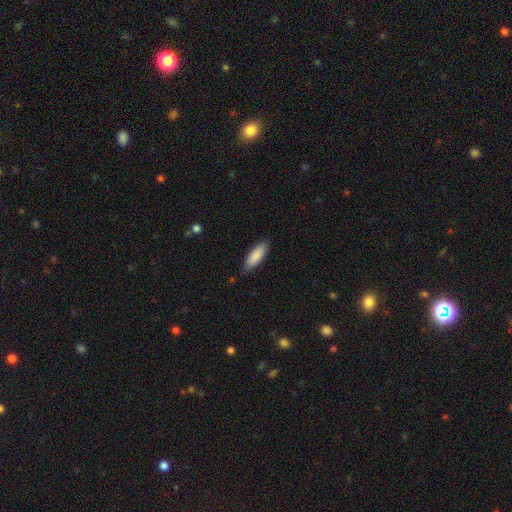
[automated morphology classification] Smooth or featured? Predicted: smooth (p=0.86). How rounded? Predicted: in between (p=0.59). Merging? Predicted: none (p=0.84).